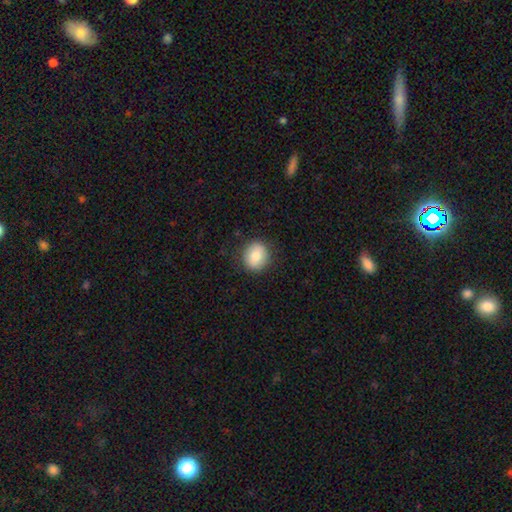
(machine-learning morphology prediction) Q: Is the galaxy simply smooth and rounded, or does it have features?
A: smooth — 83%.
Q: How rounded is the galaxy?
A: round — 75%.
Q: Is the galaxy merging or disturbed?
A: none — 87%.